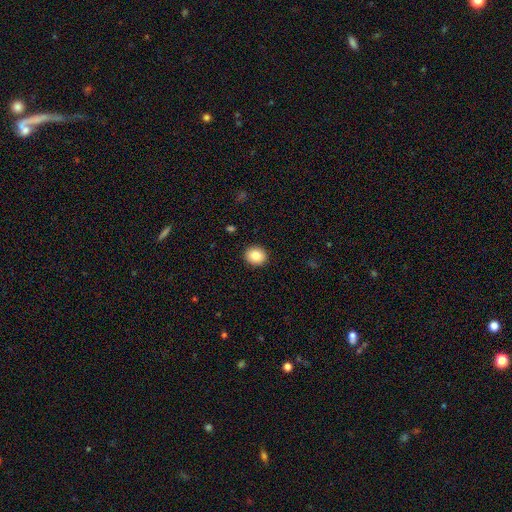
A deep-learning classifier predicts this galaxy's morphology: This appears to be a smooth galaxy with no disk features (83%) that is round (77%). Merging: none (92%).